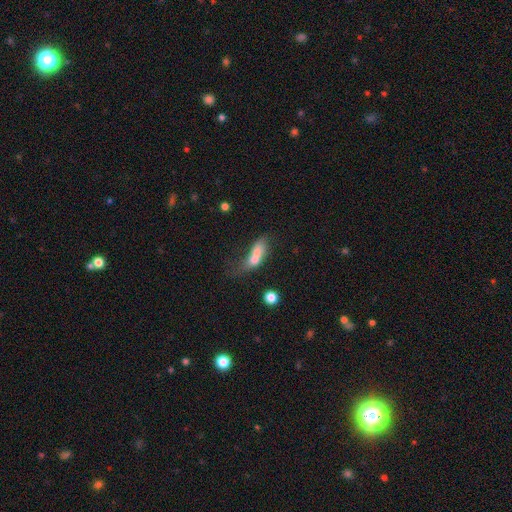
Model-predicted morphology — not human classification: smooth_or_featured: smooth (p=0.63) [alt: featured or disk p=0.27]
how_rounded: in between (p=0.64) [alt: cigar-shaped p=0.27]
merging: merger (p=0.50) [alt: major disturbance p=0.20]